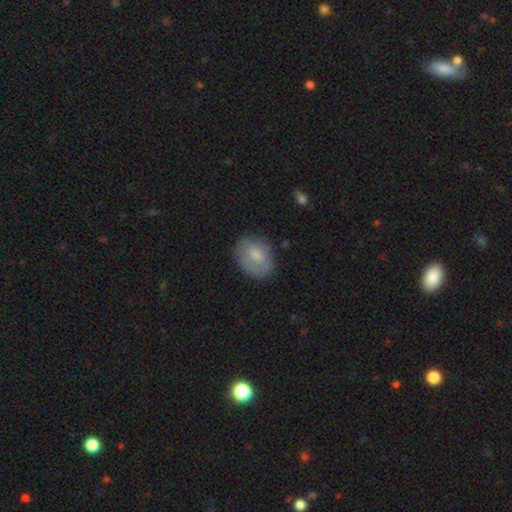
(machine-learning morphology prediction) smooth-or-featured: smooth: 67% | featured or disk: 26% | star or artifact: 7%
  how-rounded: in between: 61% | round: 38% | cigar-shaped: 1%
  merging: none: 74% | minor disturbance: 19% | major disturbance: 6% | merger: 1%